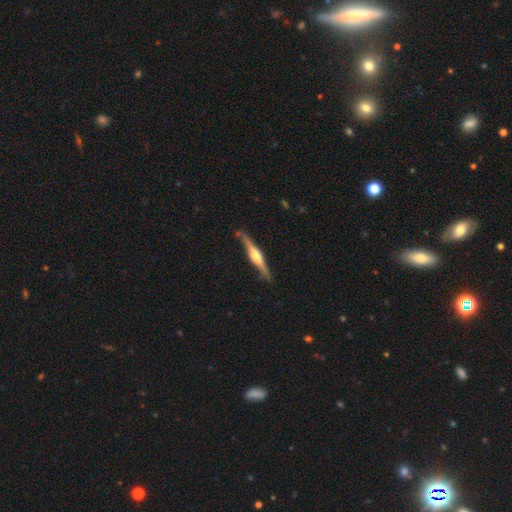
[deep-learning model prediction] featured or disk 76%, smooth 20%, star or artifact 5%. Down the decision tree: edge-on disk — yes (98%); edge-on bulge — rounded (91%); merging — none (84%).